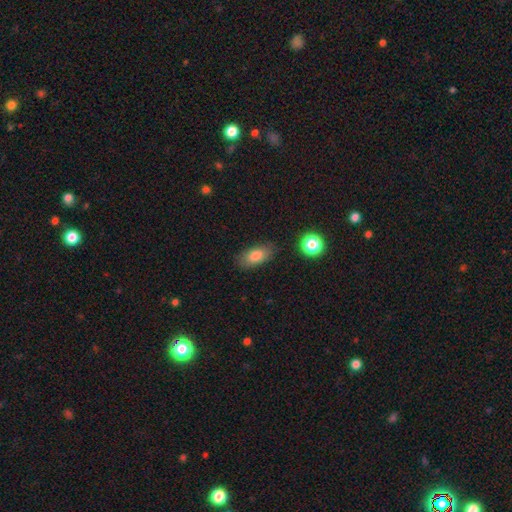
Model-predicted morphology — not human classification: Smooth or featured? smooth (81%)
How rounded? in between (88%)
Merging? none (81%)